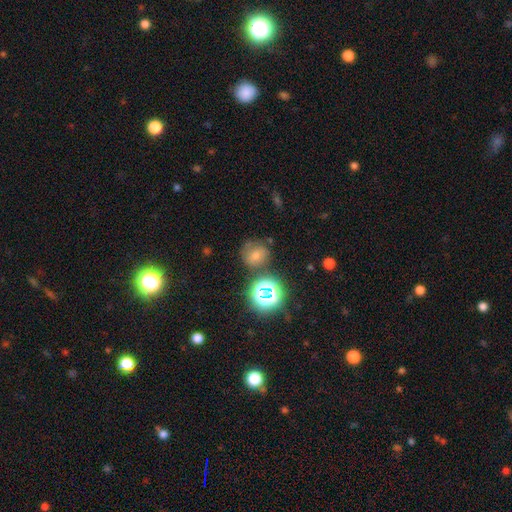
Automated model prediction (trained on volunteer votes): Smooth or featured: smooth — 41% (star or artifact — 40%)
Merging: none — 73% (minor disturbance — 16%)